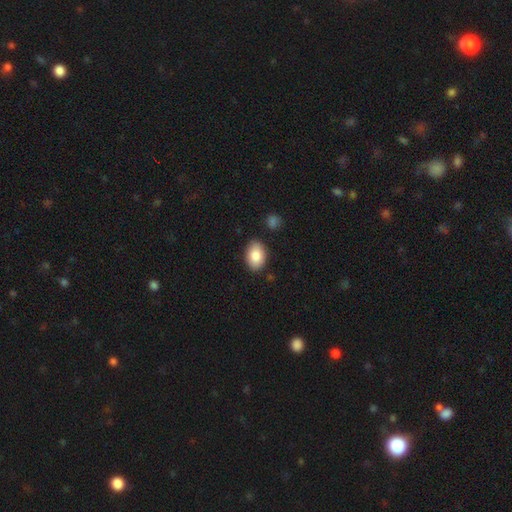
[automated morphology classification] Smooth or featured?
  - smooth: 85% *
  - featured or disk: 8%
  - star or artifact: 7%
How rounded?
  - in between: 85% *
  - round: 14%
  - cigar-shaped: 1%
Merging?
  - none: 84% *
  - minor disturbance: 12%
  - merger: 2%
  - major disturbance: 2%